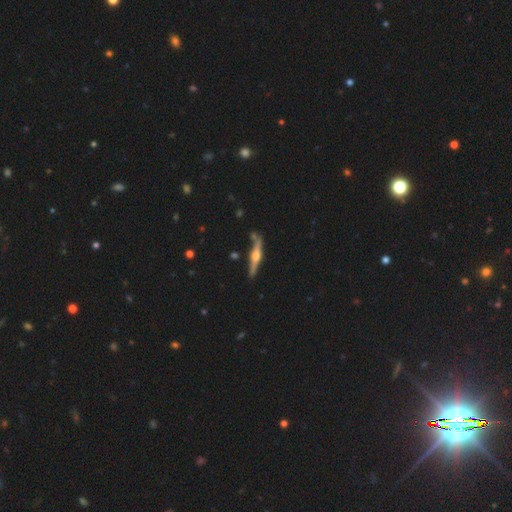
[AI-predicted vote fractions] This appears to be a featured or disk galaxy (78%) viewed edge-on (97%) with a rounded central bulge (93%). Merging: none (81%).